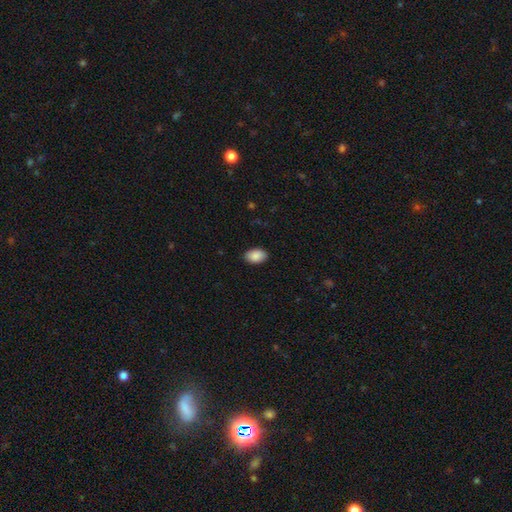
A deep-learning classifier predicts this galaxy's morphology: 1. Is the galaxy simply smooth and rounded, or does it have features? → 90% smooth, 7% star or artifact, 4% featured or disk.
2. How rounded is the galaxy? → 91% in between, 8% round, 1% cigar-shaped.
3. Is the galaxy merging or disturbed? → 89% none, 8% minor disturbance, 2% major disturbance, 1% merger.